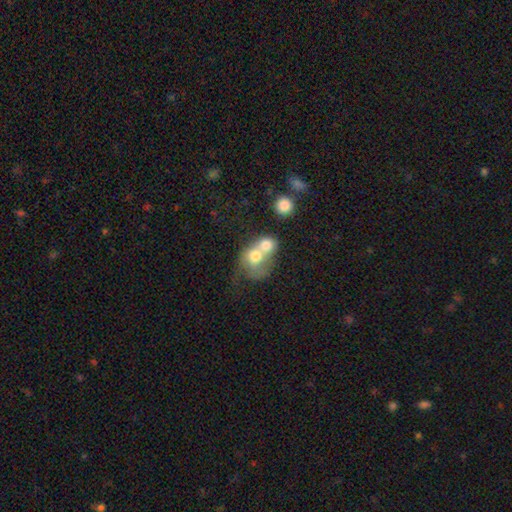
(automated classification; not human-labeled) smooth-or-featured: smooth: 66% | featured or disk: 25% | star or artifact: 9%
  how-rounded: round: 61% | in between: 38% | cigar-shaped: 1%
  merging: merger: 76% | none: 12% | major disturbance: 6% | minor disturbance: 5%